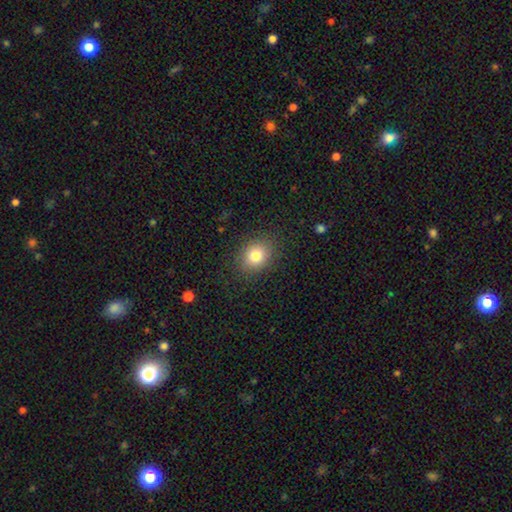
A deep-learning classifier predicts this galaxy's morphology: smooth-or-featured: smooth: 80% | star or artifact: 11% | featured or disk: 9%
  how-rounded: round: 60% | in between: 39% | cigar-shaped: 1%
  merging: none: 86% | minor disturbance: 9% | major disturbance: 4% | merger: 1%